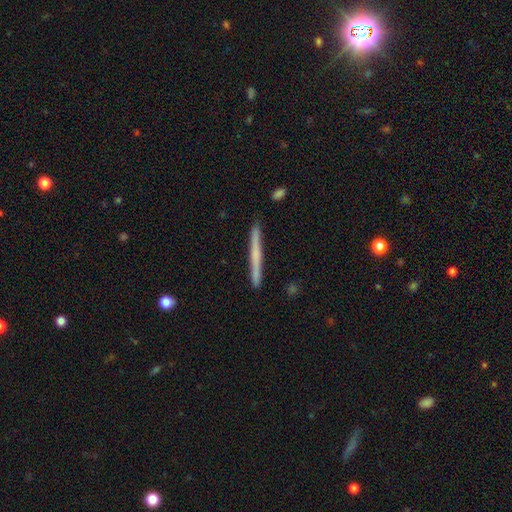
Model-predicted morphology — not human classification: Q: Smooth or featured?
A: smooth (47%); tied with: featured or disk (47%)
Q: Merging?
A: none (91%); runner-up: minor disturbance (6%)